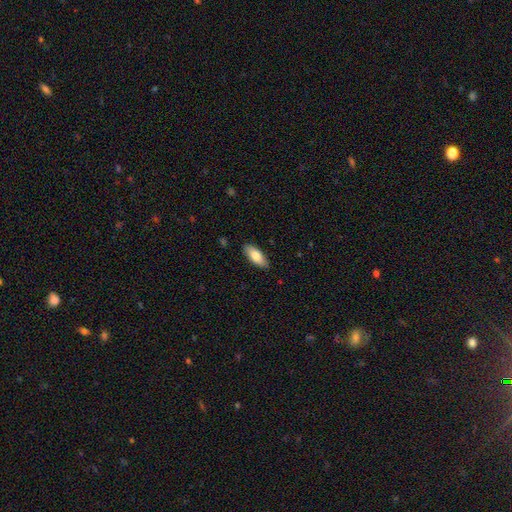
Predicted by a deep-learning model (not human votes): A smooth galaxy with no disk features (81%) that is in between round and cigar-shaped (80%). Merging: none (88%).